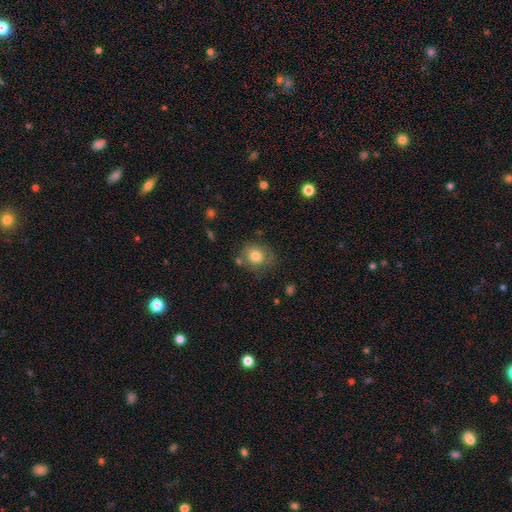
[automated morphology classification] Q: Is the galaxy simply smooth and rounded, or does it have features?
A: smooth — 78%.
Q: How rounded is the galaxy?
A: round — 73%.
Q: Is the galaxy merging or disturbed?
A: none — 69%.